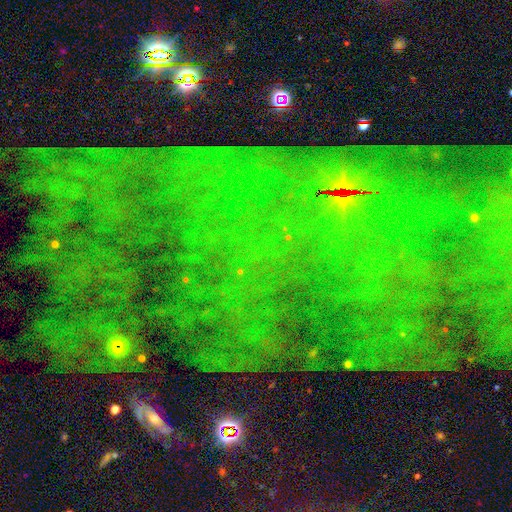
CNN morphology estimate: A star or artifact, not a galaxy (76%).

Vote fractions:
- Smooth or featured? star or artifact: 76% / featured or disk: 13% / smooth: 11%